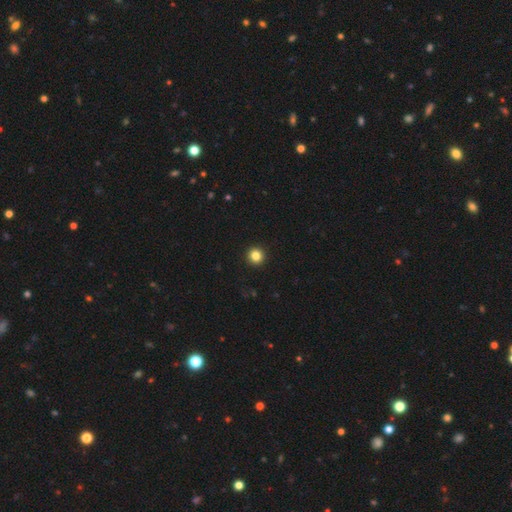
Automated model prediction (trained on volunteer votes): A smooth galaxy with no disk features (84%) that is round (95%). Merging: none (94%).